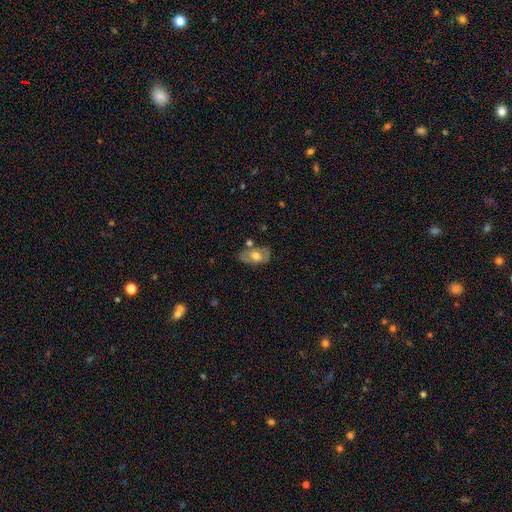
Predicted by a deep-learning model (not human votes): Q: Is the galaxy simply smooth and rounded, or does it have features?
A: smooth — 50%.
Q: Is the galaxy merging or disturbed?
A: none — 61%.